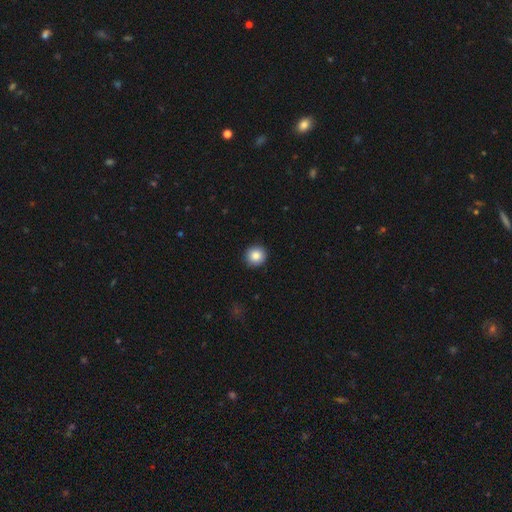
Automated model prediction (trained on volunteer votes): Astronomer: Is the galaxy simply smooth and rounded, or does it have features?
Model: smooth — 87%.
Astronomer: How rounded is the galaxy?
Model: round — 93%.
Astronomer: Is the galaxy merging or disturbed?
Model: none — 92%.